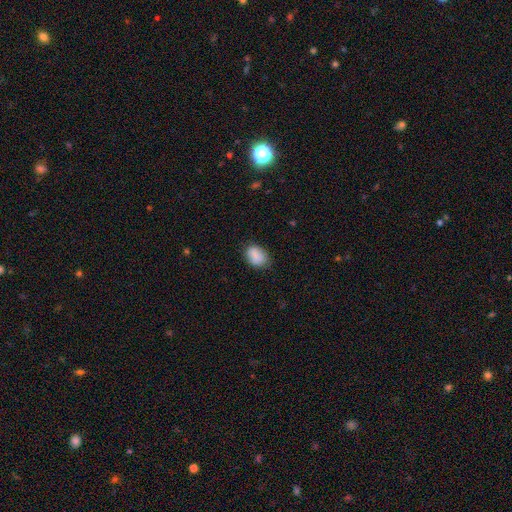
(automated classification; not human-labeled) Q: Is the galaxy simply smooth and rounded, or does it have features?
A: smooth — 86%.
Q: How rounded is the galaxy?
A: in between — 75%.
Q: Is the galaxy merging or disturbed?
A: none — 76%.